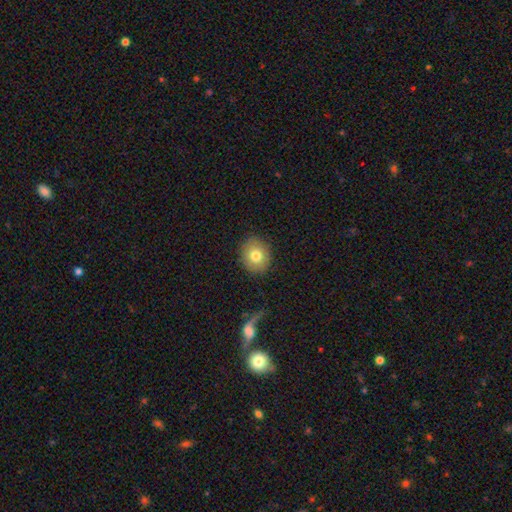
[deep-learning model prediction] The model was most divided on "how rounded": round: 70%, in between: 29%, cigar-shaped: 1%. More confident: merging — none (88%); smooth or featured — smooth (78%).